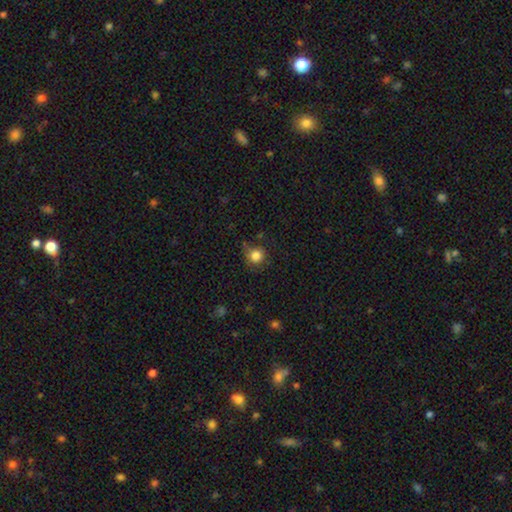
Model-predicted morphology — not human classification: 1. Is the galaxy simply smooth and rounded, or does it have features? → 83% smooth, 12% star or artifact, 5% featured or disk.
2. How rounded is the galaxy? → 90% round, 9% in between, 1% cigar-shaped.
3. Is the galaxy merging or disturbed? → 74% none, 19% minor disturbance, 5% major disturbance, 3% merger.